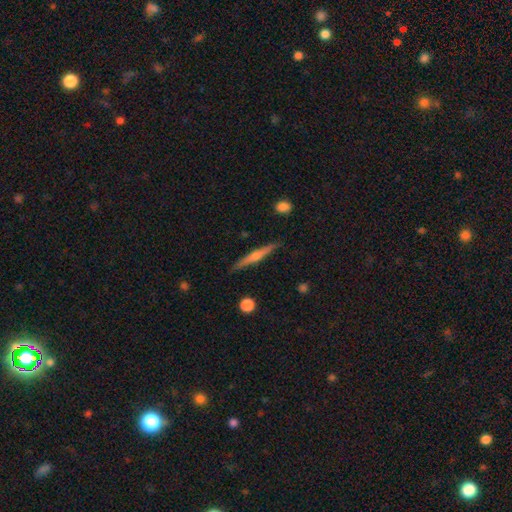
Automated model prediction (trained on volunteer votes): featured or disk 63%, smooth 30%, star or artifact 6%. Down the decision tree: edge-on disk — yes (98%); edge-on bulge — rounded (76%); merging — none (89%).